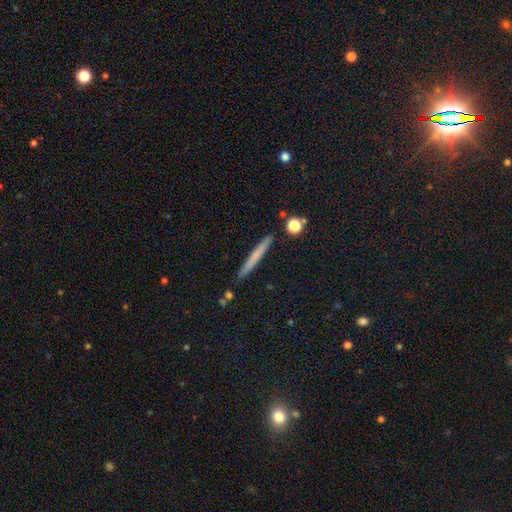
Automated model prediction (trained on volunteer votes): This appears to be a smooth galaxy with no disk features (62%) that is cigar-shaped (96%). Merging: none (89%).